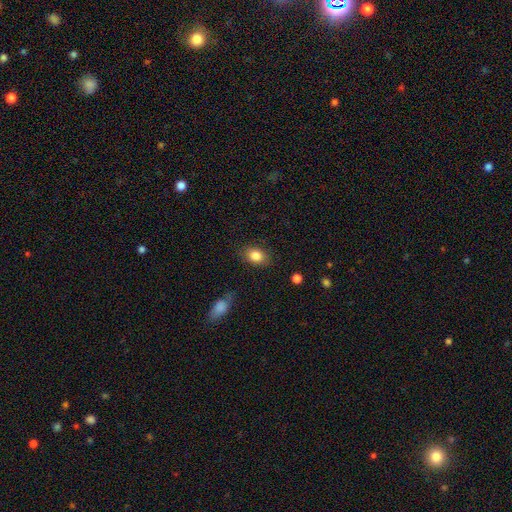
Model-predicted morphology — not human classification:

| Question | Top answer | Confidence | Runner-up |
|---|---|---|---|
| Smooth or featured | smooth | 83% | star or artifact (9%) |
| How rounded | in between | 70% | round (29%) |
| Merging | none | 82% | minor disturbance (13%) |